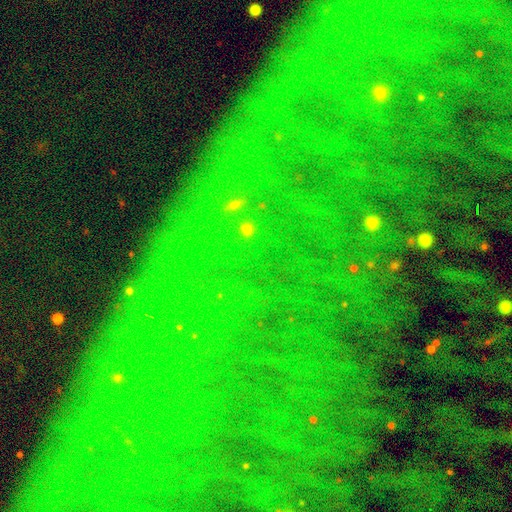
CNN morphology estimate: Overall: star or artifact (83%).